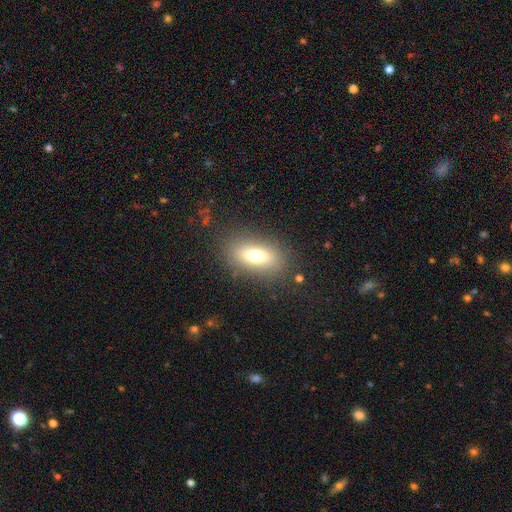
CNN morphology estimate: type=smooth (69%); roundness=in between (79%); merging=none (83%).